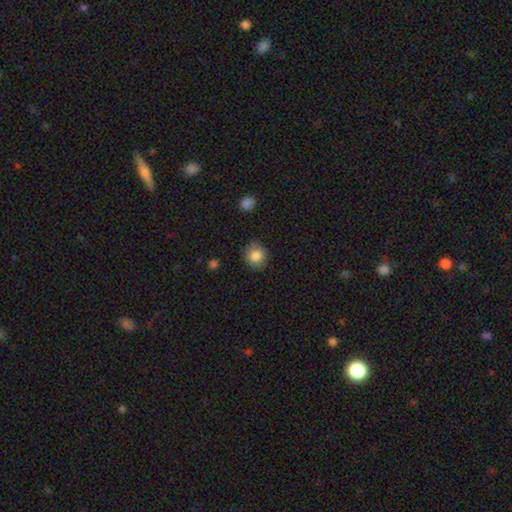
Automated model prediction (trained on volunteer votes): A smooth galaxy with no disk features (84%) that is round (81%).

Vote fractions:
- Smooth or featured? smooth: 84% / star or artifact: 9% / featured or disk: 6%
- How rounded? round: 81% / in between: 18% / cigar-shaped: 1%
- Merging? none: 80% / minor disturbance: 15% / major disturbance: 3% / merger: 2%